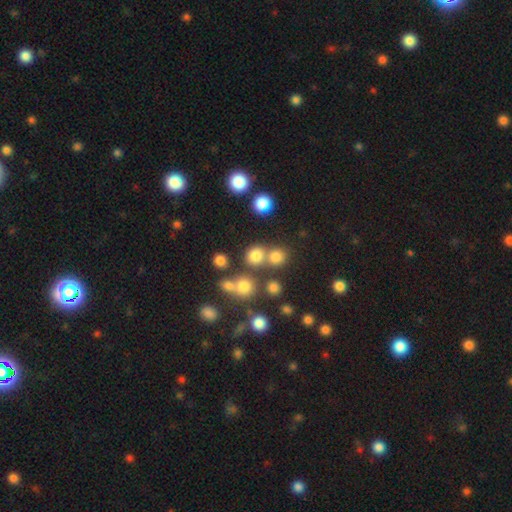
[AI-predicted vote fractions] A smooth galaxy with no disk features (76%) that is round (82%).

Vote fractions:
- Smooth or featured? smooth: 76% / star or artifact: 17% / featured or disk: 7%
- How rounded? round: 82% / in between: 17% / cigar-shaped: 1%
- Merging? none: 62% / merger: 25% / minor disturbance: 9% / major disturbance: 4%